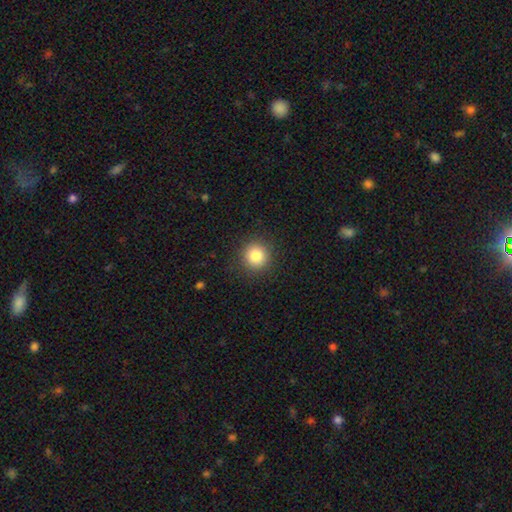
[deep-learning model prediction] Morphology: type=smooth (83%); roundness=round (93%); merging=none (90%).